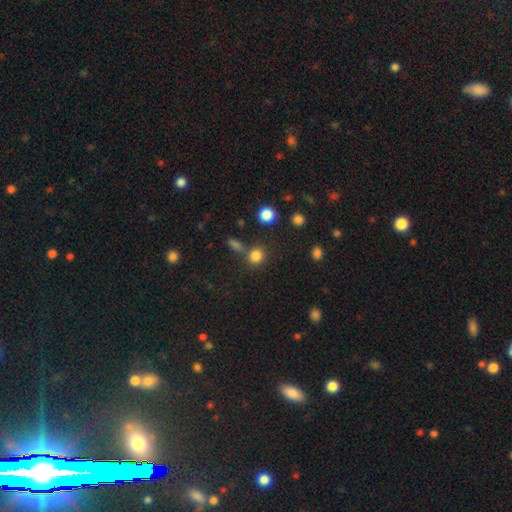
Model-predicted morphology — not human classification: Overall: smooth (81%). How rounded: round (87%). Merging: none (70%).